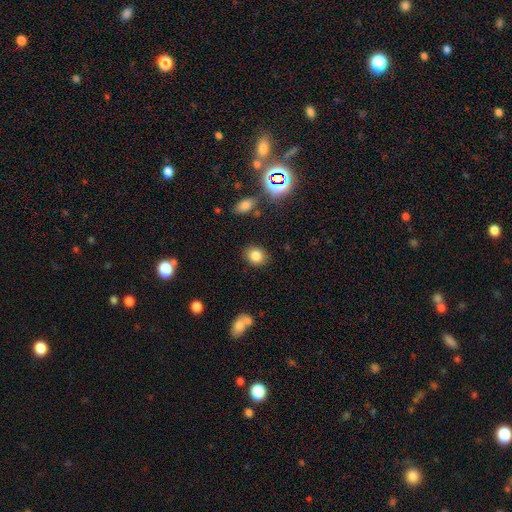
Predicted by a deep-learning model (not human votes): Morphology: type=smooth (83%); roundness=round (61%); merging=none (86%).